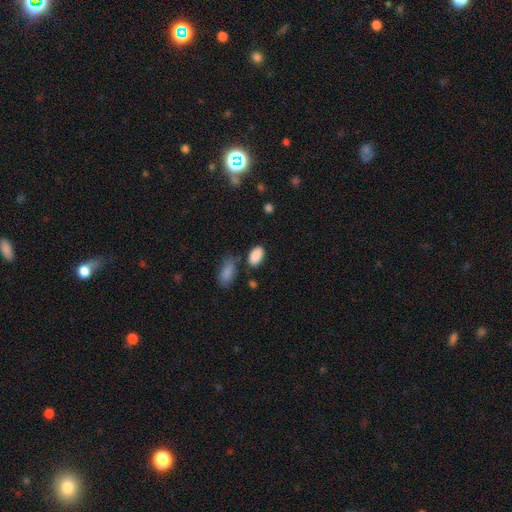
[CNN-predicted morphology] smooth 89%, star or artifact 7%, featured or disk 4%. Down the decision tree: how rounded — in between (93%); merging — none (74%).